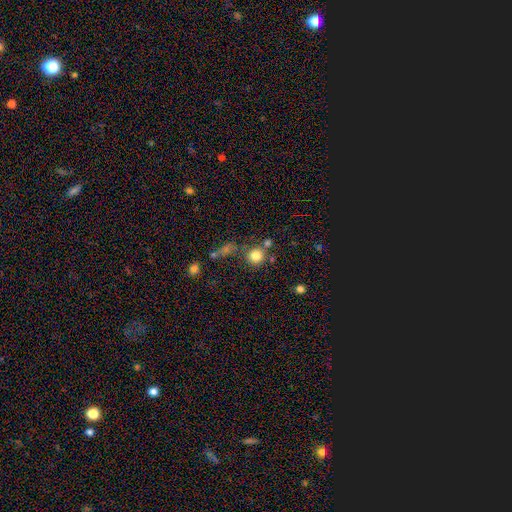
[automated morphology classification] Smooth or featured? Predicted: smooth (p=0.81). How rounded? Predicted: round (p=0.90). Merging? Predicted: none (p=0.69).